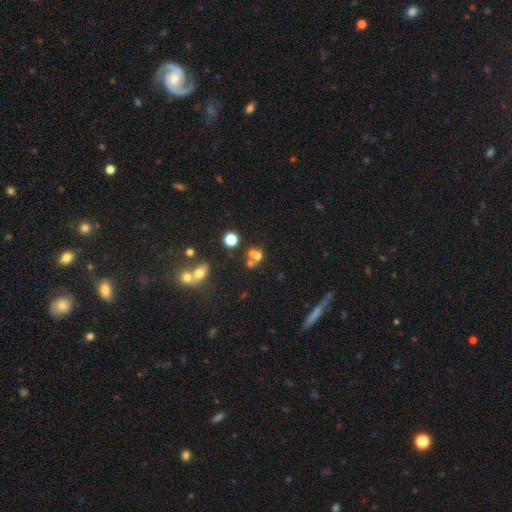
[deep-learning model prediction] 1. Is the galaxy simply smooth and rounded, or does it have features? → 57% smooth, 22% featured or disk, 20% star or artifact.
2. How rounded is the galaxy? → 67% round, 31% in between, 2% cigar-shaped.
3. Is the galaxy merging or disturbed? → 54% merger, 32% none, 8% minor disturbance, 6% major disturbance.